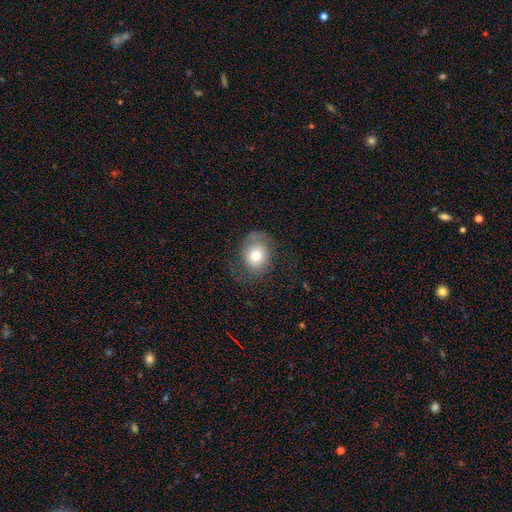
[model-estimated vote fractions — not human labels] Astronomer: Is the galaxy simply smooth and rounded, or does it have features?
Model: smooth — 65%.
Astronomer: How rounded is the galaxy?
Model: round — 57% (runner-up: in between, 42%).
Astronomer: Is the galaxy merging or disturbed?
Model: none — 60%.